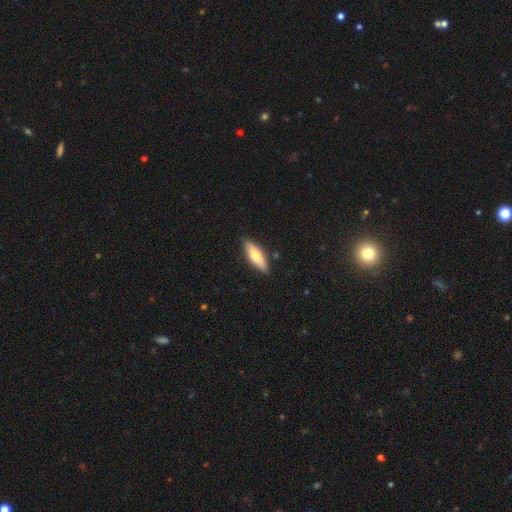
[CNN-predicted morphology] Smooth or featured? smooth (66%)
How rounded? in between (60%)
Merging? none (86%)